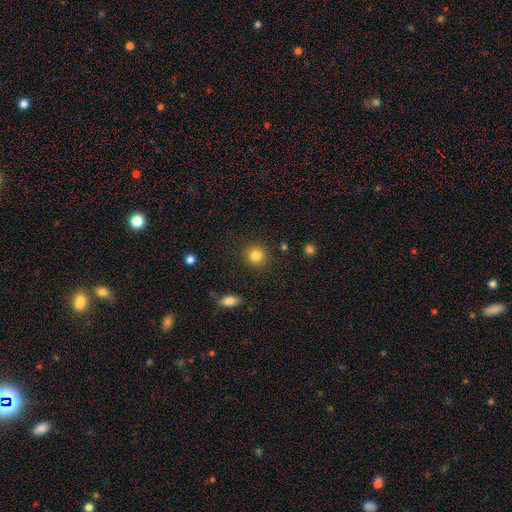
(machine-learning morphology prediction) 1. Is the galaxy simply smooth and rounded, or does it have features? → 84% smooth, 10% star or artifact, 6% featured or disk.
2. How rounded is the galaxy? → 91% round, 8% in between, 1% cigar-shaped.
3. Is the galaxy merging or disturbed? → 90% none, 6% minor disturbance, 2% major disturbance, 2% merger.